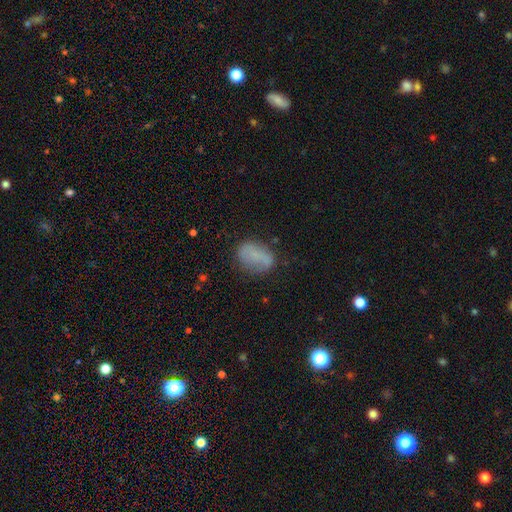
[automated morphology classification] Overall: smooth (64%; featured or disk 25%). How rounded: in between (78%). Merging: none (65%).